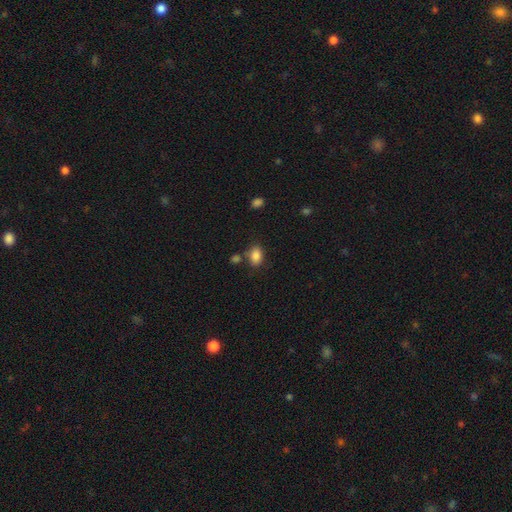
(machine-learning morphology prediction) Q: Smooth or featured?
A: smooth (86%); runner-up: star or artifact (9%)
Q: How rounded?
A: in between (81%); runner-up: round (17%)
Q: Merging?
A: none (71%); runner-up: minor disturbance (14%)